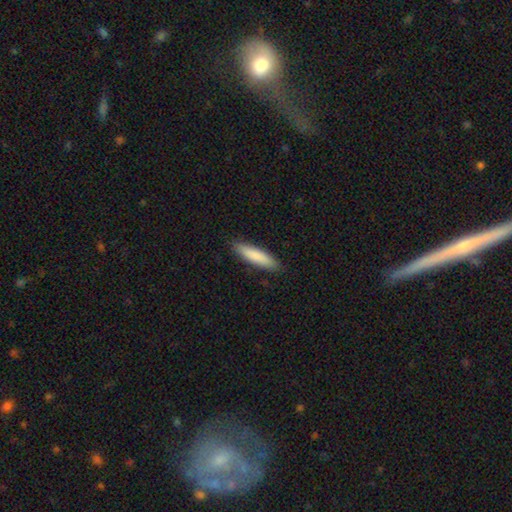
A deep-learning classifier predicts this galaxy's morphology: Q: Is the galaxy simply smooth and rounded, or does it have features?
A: smooth — 84%.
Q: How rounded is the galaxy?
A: cigar-shaped — 77%.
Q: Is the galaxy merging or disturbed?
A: none — 88%.